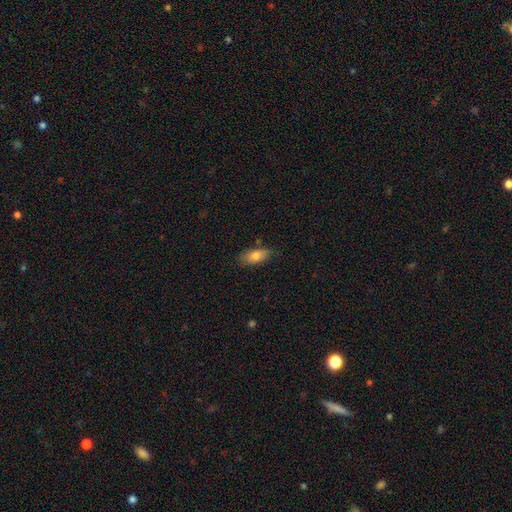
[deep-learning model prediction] Smooth or featured? Predicted: smooth (p=0.79). How rounded? Predicted: in between (p=0.86). Merging? Predicted: none (p=0.78).